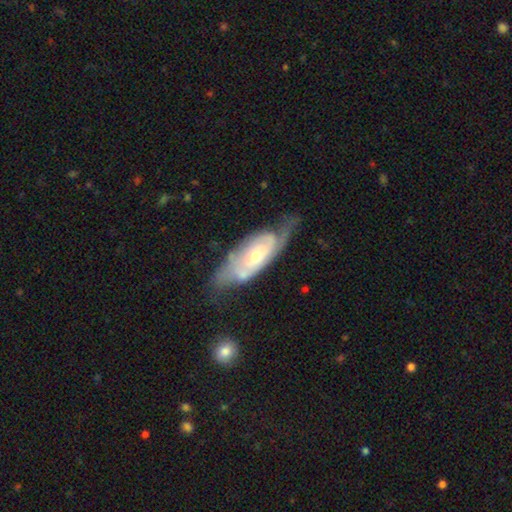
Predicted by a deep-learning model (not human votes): This appears to be a featured or disk galaxy (70%) with no bar (64%), spiral arms (78%) and a small central bulge (49%). Merging: none (43%).